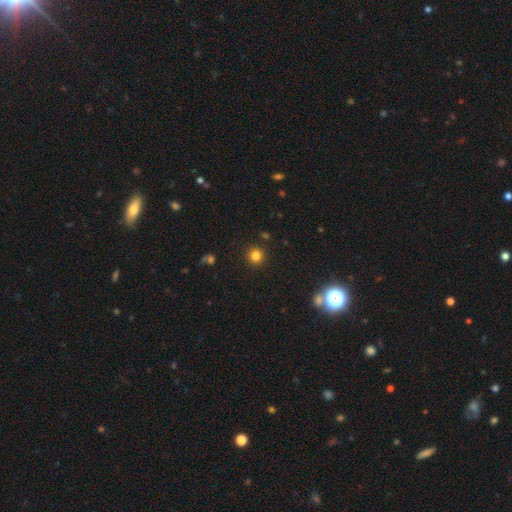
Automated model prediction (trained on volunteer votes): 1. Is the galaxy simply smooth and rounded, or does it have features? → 81% smooth, 14% star or artifact, 5% featured or disk.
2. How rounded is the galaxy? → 93% round, 6% in between, 1% cigar-shaped.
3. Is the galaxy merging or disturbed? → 90% none, 6% minor disturbance, 2% major disturbance, 2% merger.